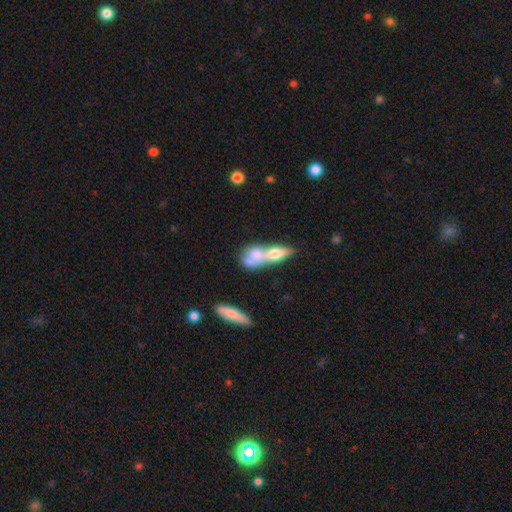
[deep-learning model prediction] smooth 58%, featured or disk 34%, star or artifact 8%. Down the decision tree: how rounded — in between (56%); merging — merger (67%).